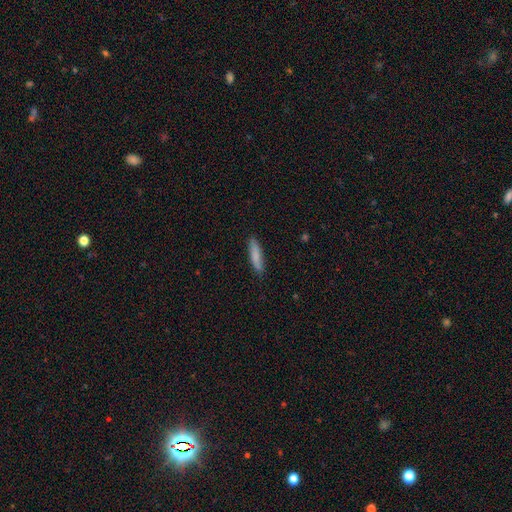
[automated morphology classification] A smooth galaxy with no disk features (82%) that is cigar-shaped (79%). Merging: none (84%).